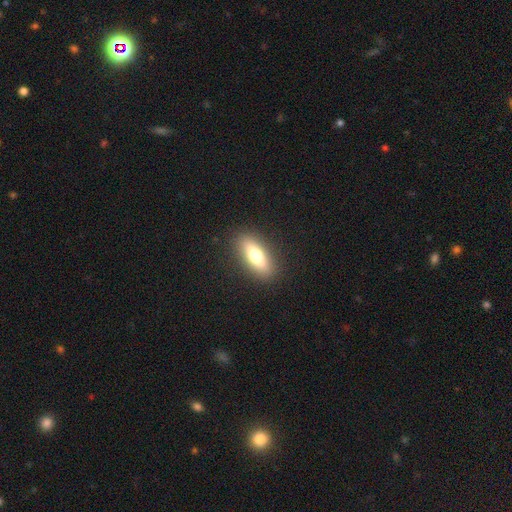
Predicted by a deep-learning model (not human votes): Smooth or featured: smooth — 68% (featured or disk — 25%)
How rounded: in between — 66% (cigar-shaped — 31%)
Merging: none — 89% (minor disturbance — 8%)